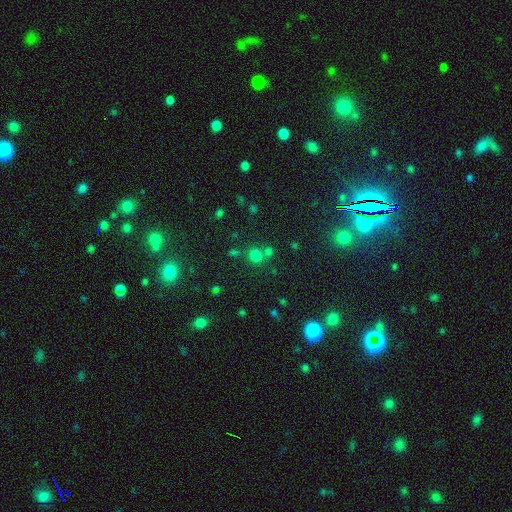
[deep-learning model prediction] smooth_or_featured: smooth (p=0.69) [alt: star or artifact p=0.25]
how_rounded: round (p=0.83) [alt: in between p=0.16]
merging: none (p=0.66) [alt: merger p=0.22]